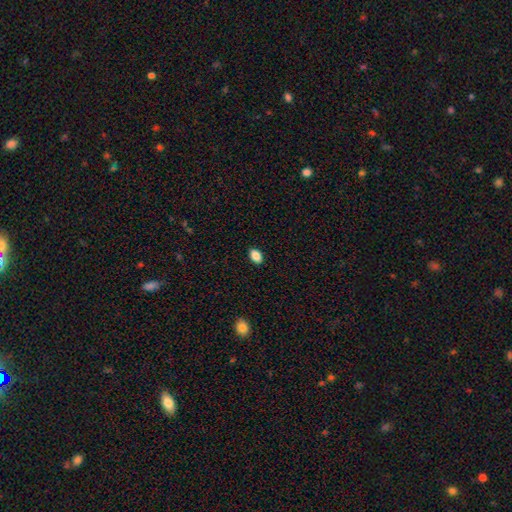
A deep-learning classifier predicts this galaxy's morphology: smooth_or_featured: smooth (p=0.88) [alt: star or artifact p=0.08]
how_rounded: in between (p=0.86) [alt: round p=0.12]
merging: none (p=0.90) [alt: minor disturbance p=0.08]